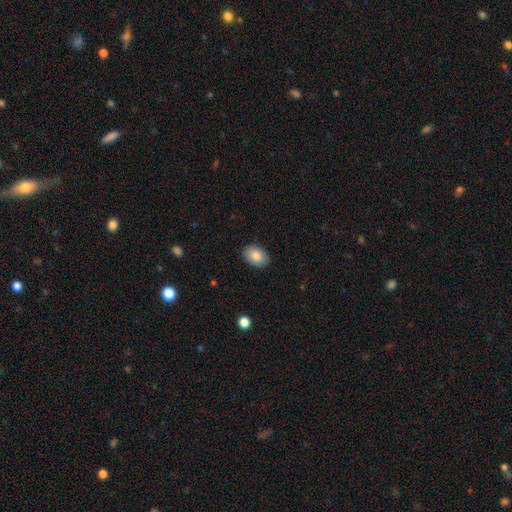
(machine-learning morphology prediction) The model was most divided on "how rounded": in between: 84%, round: 15%, cigar-shaped: 1%. More confident: merging — none (90%); smooth or featured — smooth (85%).